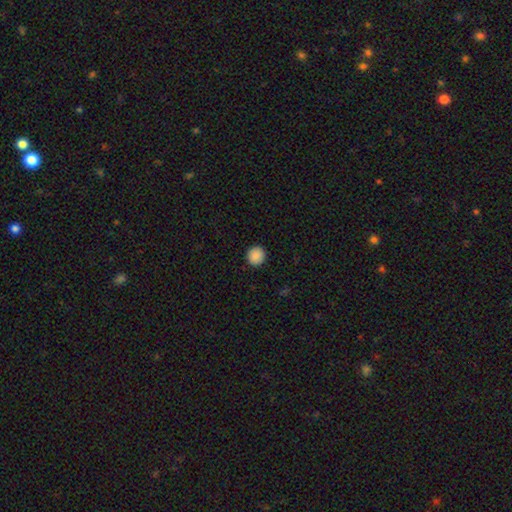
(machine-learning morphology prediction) The model was most divided on "smooth or featured": smooth: 89%, star or artifact: 8%, featured or disk: 2%. More confident: how rounded — round (93%); merging — none (92%).